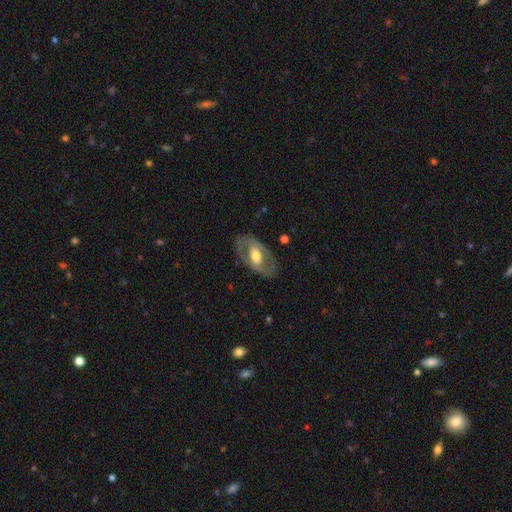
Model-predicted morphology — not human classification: This appears to be a featured or disk galaxy (63%) with no bar (51%), no spiral arms (65%) and a moderate central bulge (61%). Merging: none (75%).